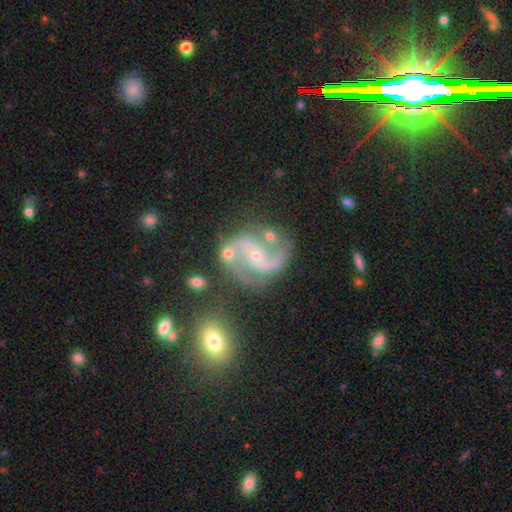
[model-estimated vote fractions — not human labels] This appears to be a featured or disk galaxy (91%) with no bar (49%), 2 (90%) medium (61%) spiral arms (98%) and a small central bulge (71%). Merging: none (63%).